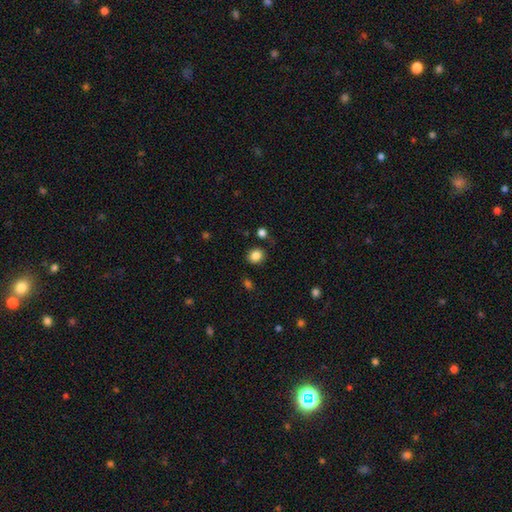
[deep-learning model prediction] This appears to be a smooth galaxy with no disk features (85%) that is round (70%). Merging: none (83%).